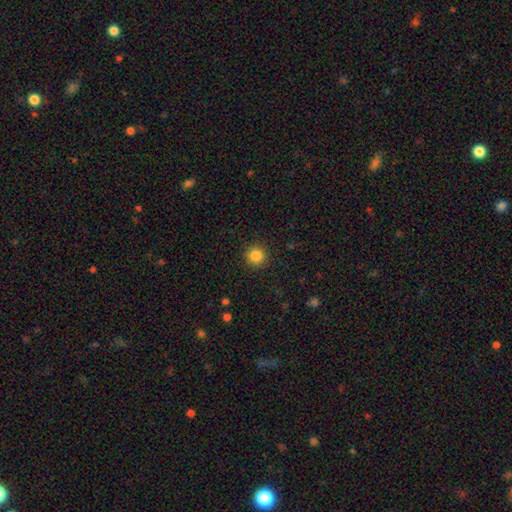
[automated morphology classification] Overall: smooth (84%). How rounded: round (94%). Merging: none (91%).